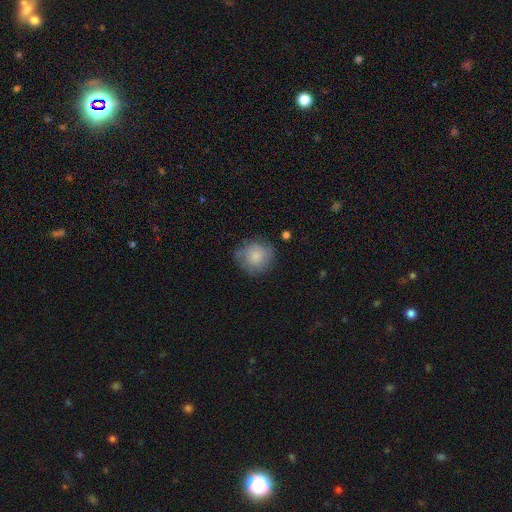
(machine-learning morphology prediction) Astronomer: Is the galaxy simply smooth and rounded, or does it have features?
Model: smooth — 75%.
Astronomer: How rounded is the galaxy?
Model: round — 87%.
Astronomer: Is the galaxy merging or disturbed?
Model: none — 68%.